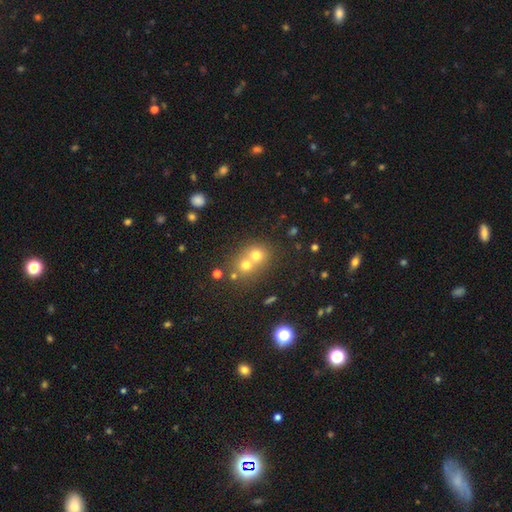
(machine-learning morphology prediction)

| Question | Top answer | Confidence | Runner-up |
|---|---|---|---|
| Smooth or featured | smooth | 66% | featured or disk (17%) |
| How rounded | round | 78% | in between (21%) |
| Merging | merger | 59% | none (33%) |